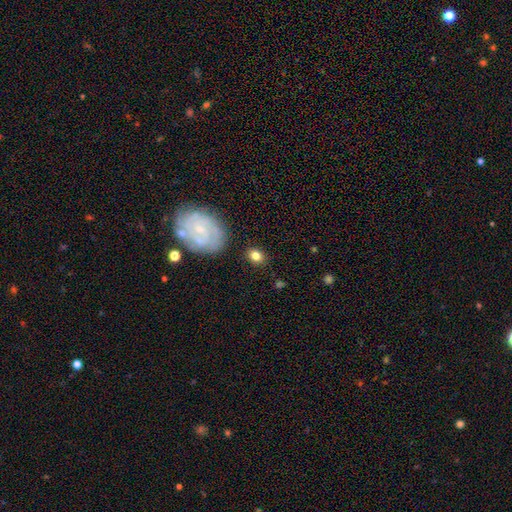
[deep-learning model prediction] Smooth or featured? smooth (79%)
How rounded? round (57%)
Merging? none (84%)